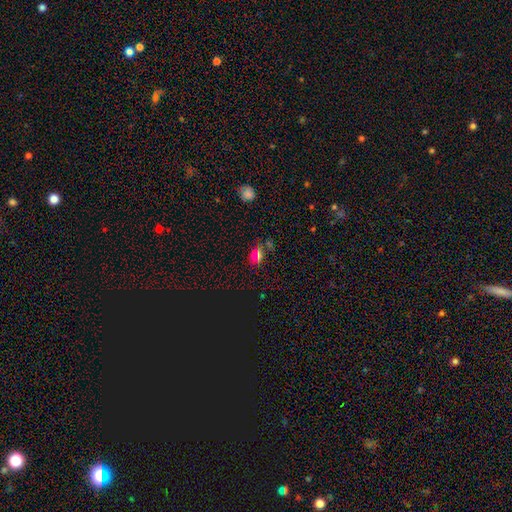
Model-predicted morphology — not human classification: Smooth or featured: smooth — 51% (star or artifact — 37%)
How rounded: round — 51% (in between — 45%)
Merging: none — 72% (minor disturbance — 14%)